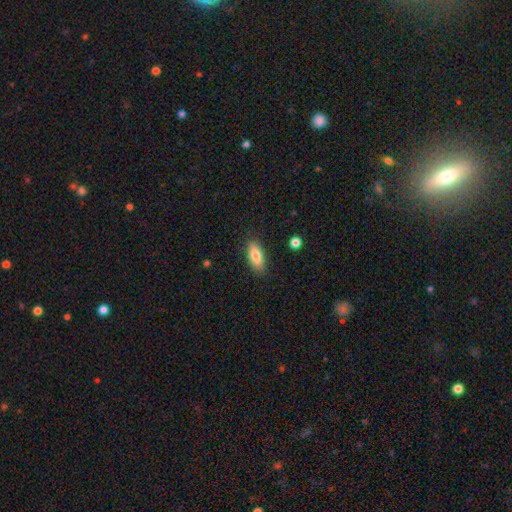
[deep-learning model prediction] The model was most divided on "how rounded": in between: 78%, cigar-shaped: 19%, round: 3%. More confident: merging — none (87%); smooth or featured — smooth (81%).